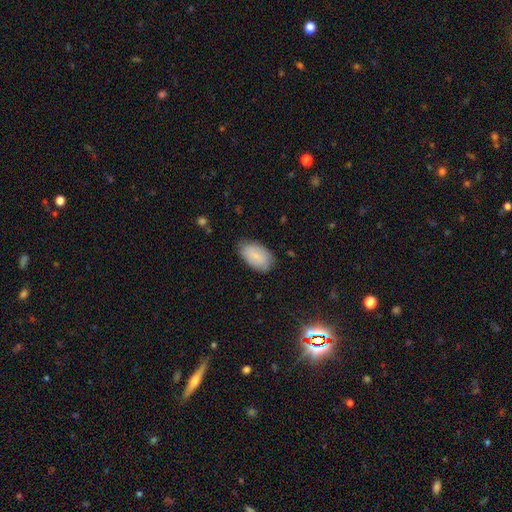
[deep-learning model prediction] The model was most divided on "smooth or featured": smooth: 74%, featured or disk: 18%, star or artifact: 7%. More confident: how rounded — in between (93%); merging — none (76%).